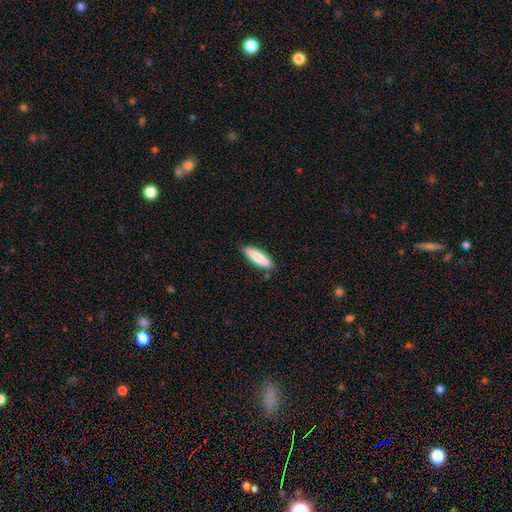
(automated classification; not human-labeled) This is clearly a smooth galaxy (83%). How rounded: likely cigar-shaped (62%). Merging: clearly none (85%).